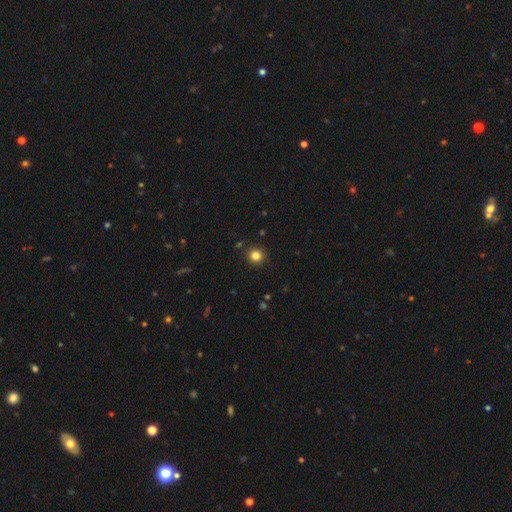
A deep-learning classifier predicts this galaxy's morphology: Q: Smooth or featured?
A: smooth (83%); runner-up: star or artifact (13%)
Q: How rounded?
A: round (91%); runner-up: in between (8%)
Q: Merging?
A: none (92%); runner-up: minor disturbance (5%)